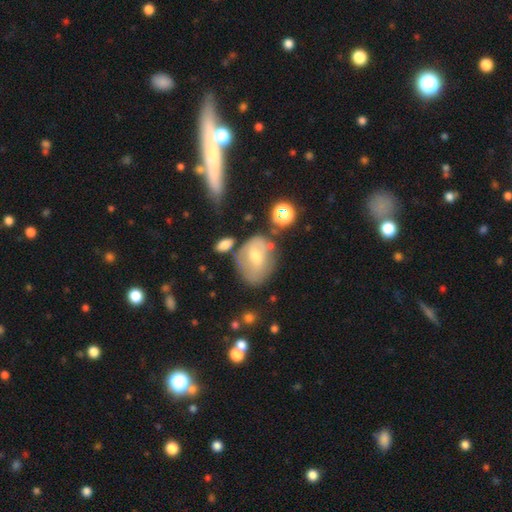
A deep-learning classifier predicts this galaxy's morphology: Smooth or featured: smooth — 51% (featured or disk — 39%)
How rounded: in between — 66% (round — 33%)
Merging: none — 52% (minor disturbance — 24%)